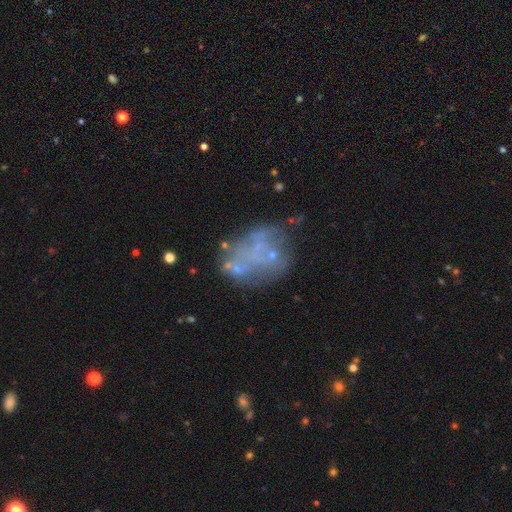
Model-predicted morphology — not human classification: smooth_or_featured: featured or disk (p=0.59) [alt: smooth p=0.23]
disk_edge_on: no (p=0.98) [alt: yes p=0.02]
bar: no (p=0.93) [alt: weak p=0.05]
has_spiral_arms: no (p=0.89) [alt: yes p=0.11]
bulge_size: none (p=0.74) [alt: small p=0.19]
merging: none (p=0.50) [alt: major disturbance p=0.21]